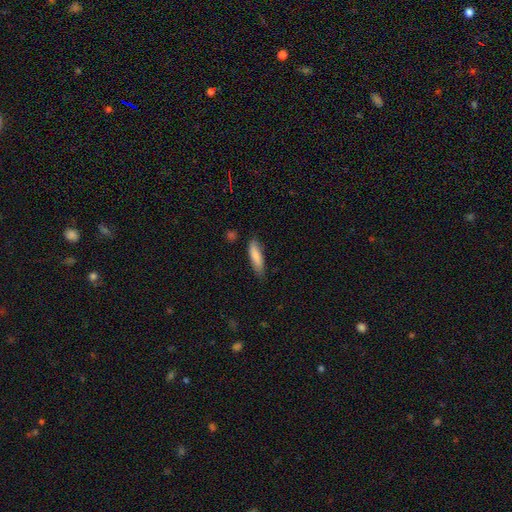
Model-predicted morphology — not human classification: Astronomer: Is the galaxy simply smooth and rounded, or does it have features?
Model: smooth — 83%.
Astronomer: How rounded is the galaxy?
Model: cigar-shaped — 63%.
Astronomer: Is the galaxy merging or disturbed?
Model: none — 75%.